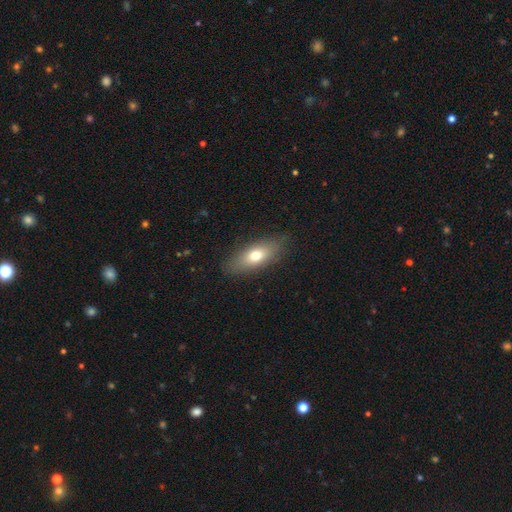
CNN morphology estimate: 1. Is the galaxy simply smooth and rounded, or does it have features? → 70% smooth, 22% featured or disk, 8% star or artifact.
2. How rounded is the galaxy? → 74% in between, 21% cigar-shaped, 5% round.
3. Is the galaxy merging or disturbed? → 84% none, 12% minor disturbance, 3% major disturbance, 1% merger.